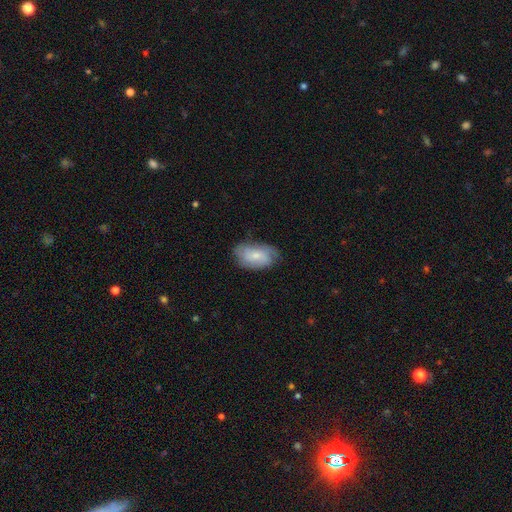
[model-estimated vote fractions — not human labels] Smooth or featured: smooth — 59% (featured or disk — 34%)
How rounded: in between — 92% (round — 6%)
Merging: none — 68% (minor disturbance — 25%)